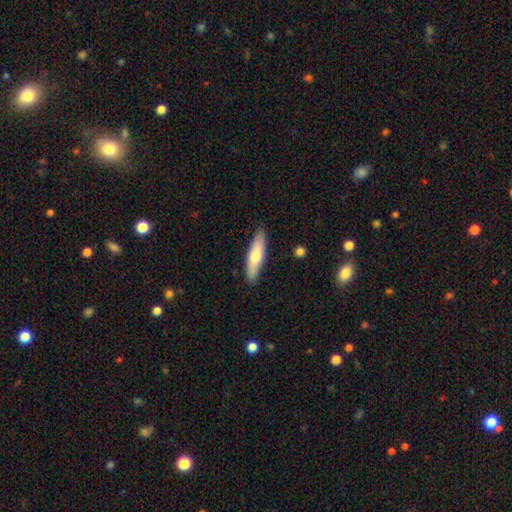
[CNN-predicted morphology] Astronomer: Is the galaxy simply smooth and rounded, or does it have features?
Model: smooth — 64%.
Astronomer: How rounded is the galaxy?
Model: cigar-shaped — 68%.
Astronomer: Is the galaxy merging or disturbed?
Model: none — 88%.